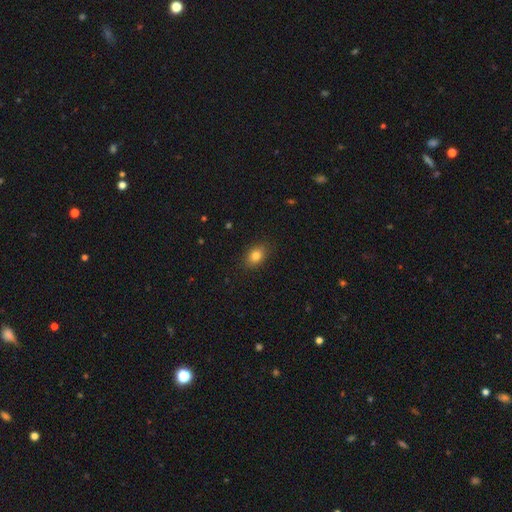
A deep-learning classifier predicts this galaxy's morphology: smooth 83%, star or artifact 10%, featured or disk 7%. Down the decision tree: how rounded — in between (74%); merging — none (86%).